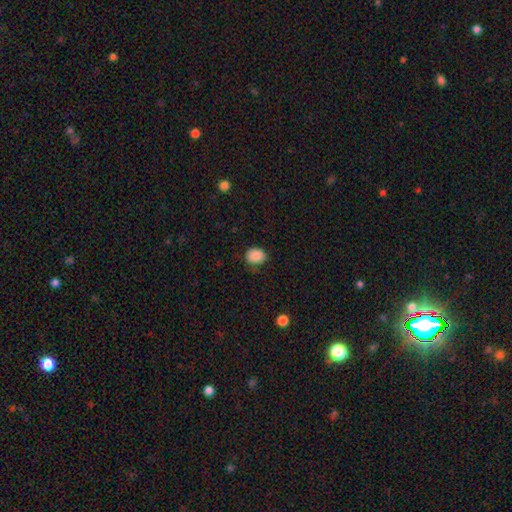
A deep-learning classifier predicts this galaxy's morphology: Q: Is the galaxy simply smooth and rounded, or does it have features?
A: smooth — 88%.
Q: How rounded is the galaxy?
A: in between — 52%.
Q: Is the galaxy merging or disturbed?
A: none — 76%.